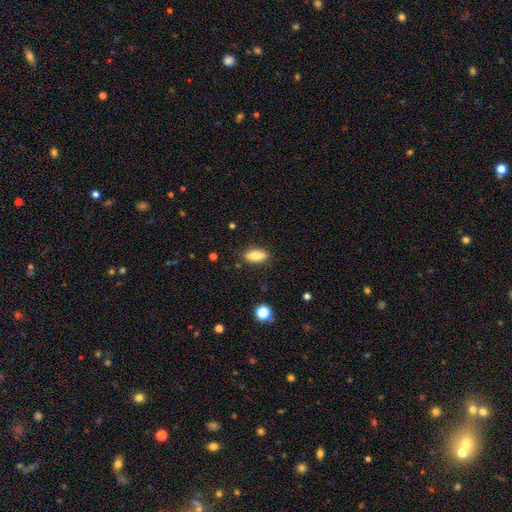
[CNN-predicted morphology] A smooth galaxy with no disk features (75%) that is in between round and cigar-shaped (69%).

Vote fractions:
- Smooth or featured? smooth: 75% / featured or disk: 17% / star or artifact: 7%
- How rounded? in between: 69% / cigar-shaped: 28% / round: 3%
- Merging? none: 86% / minor disturbance: 10% / major disturbance: 2% / merger: 2%